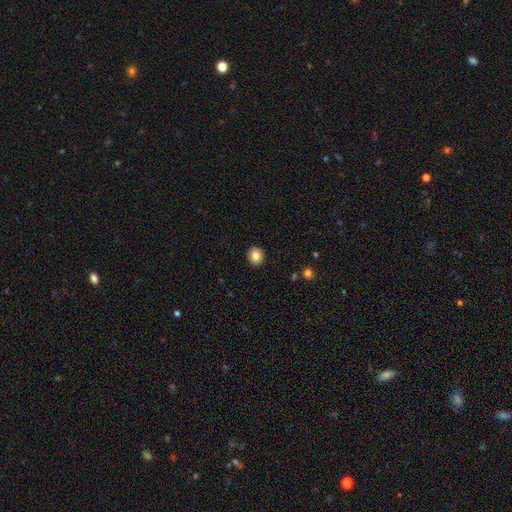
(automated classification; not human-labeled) smooth-or-featured: smooth: 83% | star or artifact: 9% | featured or disk: 8%
  how-rounded: round: 84% | in between: 15% | cigar-shaped: 1%
  merging: none: 92% | minor disturbance: 5% | major disturbance: 2% | merger: 1%